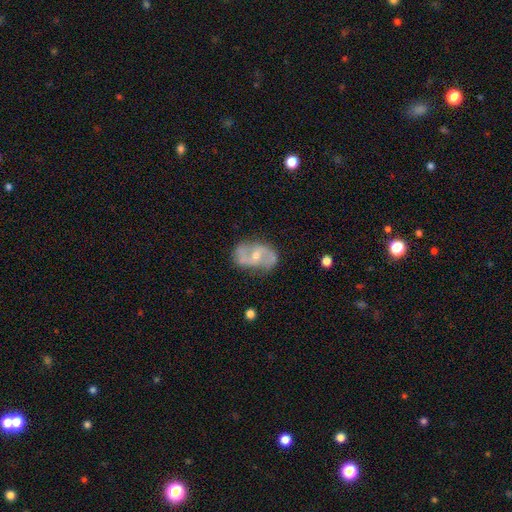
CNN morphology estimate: This is clearly a featured or disk galaxy (82%). It is clearly not viewed edge-on (97%). Bar: marginally weak (44%). Spiral arm pattern: clearly yes (90%). Spiral arm count: clearly 2 (90%). Spiral winding: marginally loose (44%). Central bulge: possibly moderate (49%). Merging: likely none (73%).